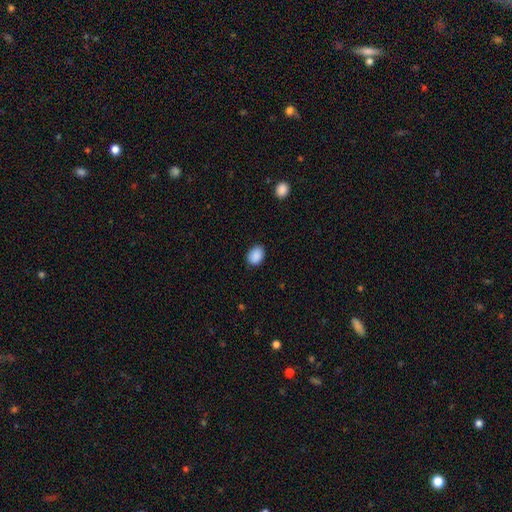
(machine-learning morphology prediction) This is clearly a smooth galaxy (90%). How rounded: likely in between (71%). Merging: clearly none (87%).